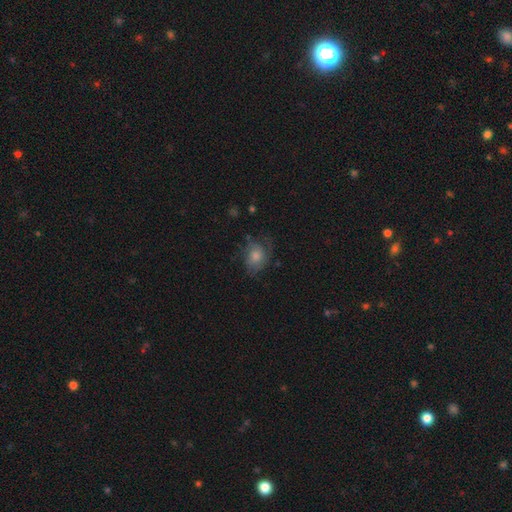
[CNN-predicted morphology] Smooth or featured? Predicted: smooth (p=0.46). Merging? Predicted: none (p=0.61).